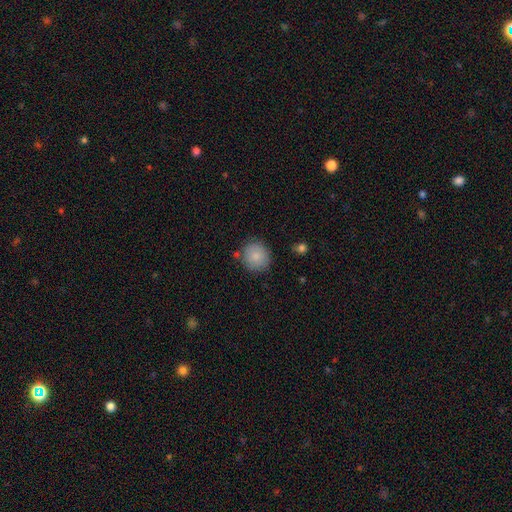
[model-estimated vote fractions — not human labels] Smooth or featured: smooth — 86% (star or artifact — 7%)
How rounded: round — 89% (in between — 10%)
Merging: none — 83% (minor disturbance — 11%)